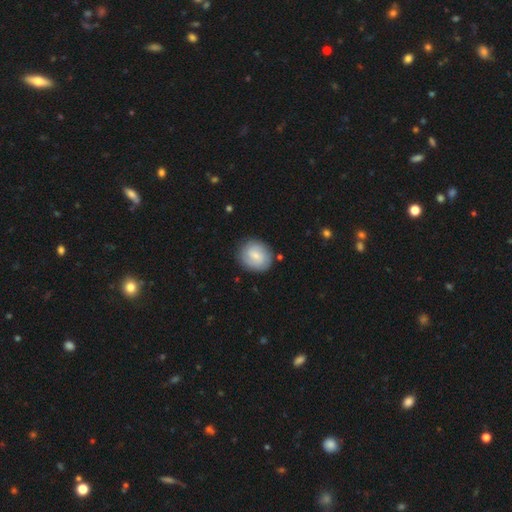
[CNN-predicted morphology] A smooth galaxy with no disk features (53%) that is round (73%). Merging: none (83%).